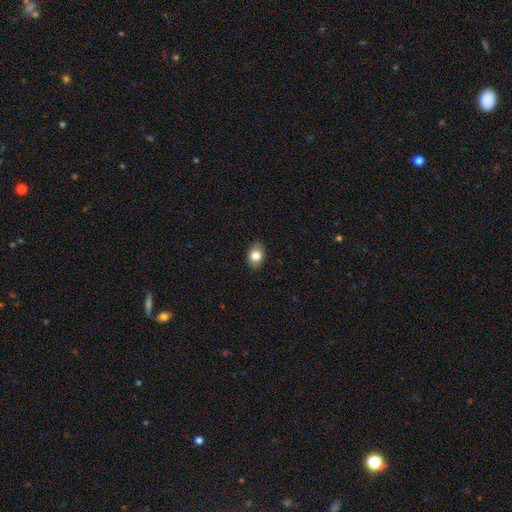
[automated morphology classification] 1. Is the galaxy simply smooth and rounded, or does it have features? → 82% smooth, 9% featured or disk, 9% star or artifact.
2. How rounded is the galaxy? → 70% in between, 28% round, 1% cigar-shaped.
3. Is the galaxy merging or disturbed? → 88% none, 9% minor disturbance, 2% major disturbance, 1% merger.